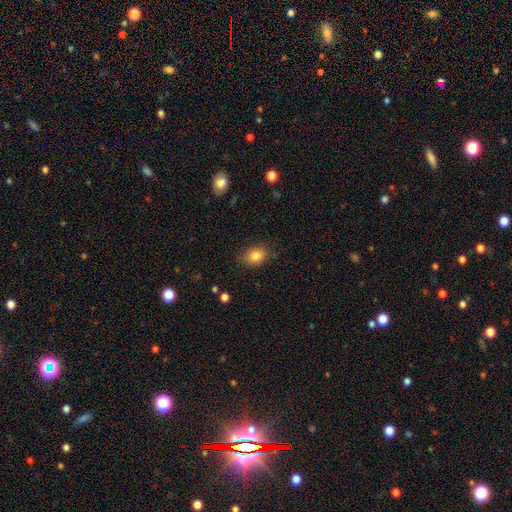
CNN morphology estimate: A smooth galaxy with no disk features (83%) that is in between round and cigar-shaped (68%).

Vote fractions:
- Smooth or featured? smooth: 83% / star or artifact: 10% / featured or disk: 7%
- How rounded? in between: 68% / round: 31% / cigar-shaped: 1%
- Merging? none: 81% / minor disturbance: 14% / major disturbance: 3% / merger: 1%